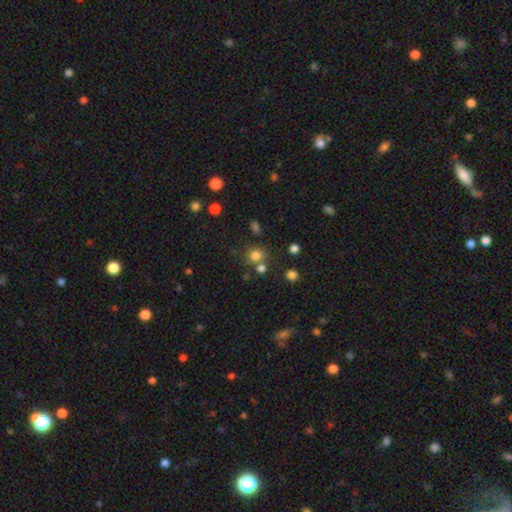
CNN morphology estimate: Smooth or featured?
  - smooth: 76% *
  - star or artifact: 17%
  - featured or disk: 7%
How rounded?
  - round: 78% *
  - in between: 21%
  - cigar-shaped: 1%
Merging?
  - none: 65% *
  - merger: 18%
  - minor disturbance: 12%
  - major disturbance: 5%